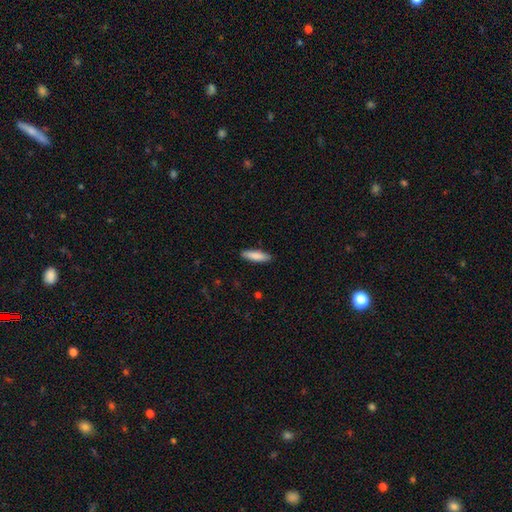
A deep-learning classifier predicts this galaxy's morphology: This is clearly a smooth galaxy (86%). How rounded: likely cigar-shaped (65%). Merging: clearly none (89%).